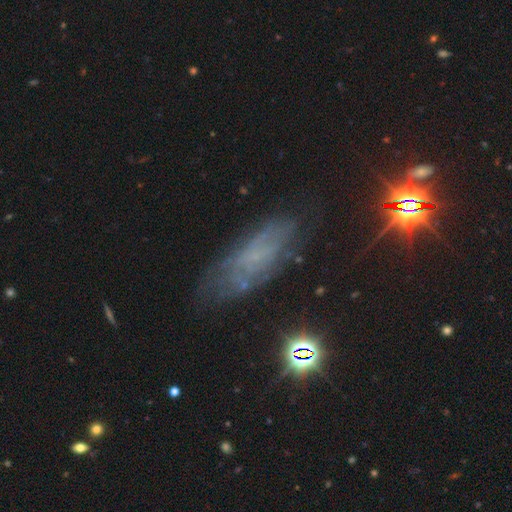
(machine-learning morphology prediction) Smooth or featured? Predicted: featured or disk (p=0.42). Merging? Predicted: none (p=0.67).